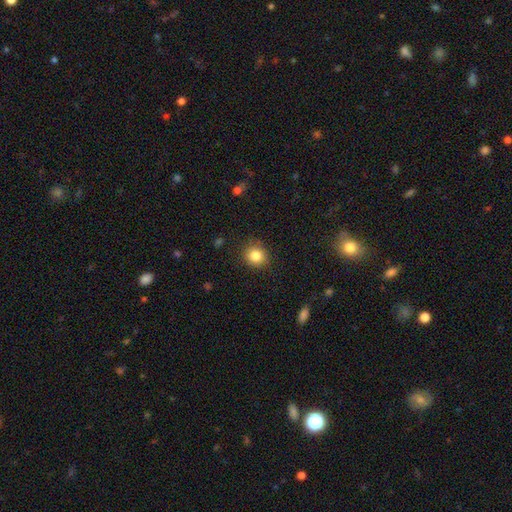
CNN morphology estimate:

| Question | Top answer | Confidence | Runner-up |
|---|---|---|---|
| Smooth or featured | smooth | 84% | star or artifact (11%) |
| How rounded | round | 87% | in between (12%) |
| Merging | none | 87% | minor disturbance (9%) |